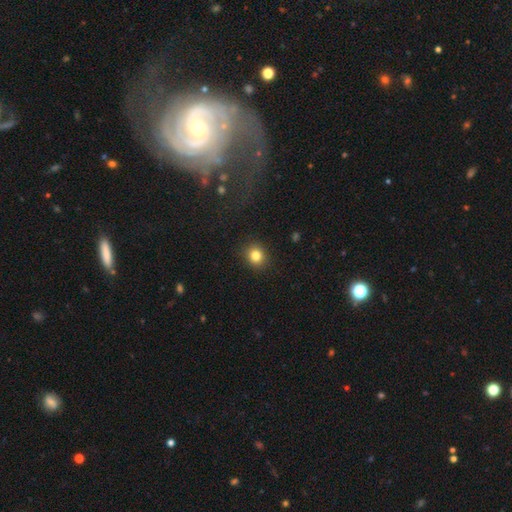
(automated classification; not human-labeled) A smooth galaxy with no disk features (82%) that is round (81%).

Vote fractions:
- Smooth or featured? smooth: 82% / star or artifact: 11% / featured or disk: 6%
- How rounded? round: 81% / in between: 18% / cigar-shaped: 1%
- Merging? none: 90% / minor disturbance: 7% / major disturbance: 2% / merger: 1%